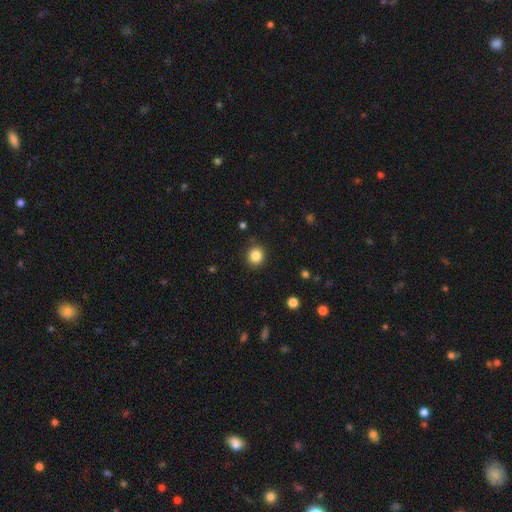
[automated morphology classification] Smooth or featured?
  - smooth: 85% *
  - star or artifact: 11%
  - featured or disk: 4%
How rounded?
  - round: 85% *
  - in between: 14%
  - cigar-shaped: 1%
Merging?
  - none: 89% *
  - minor disturbance: 8%
  - major disturbance: 2%
  - merger: 1%